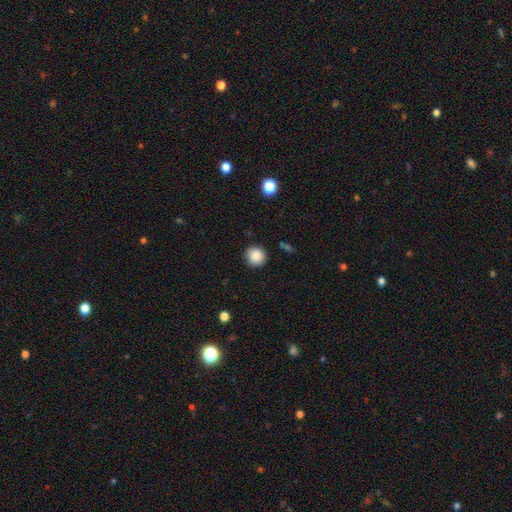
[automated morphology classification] This is clearly a smooth galaxy (87%). How rounded: clearly round (93%). Merging: clearly none (90%).